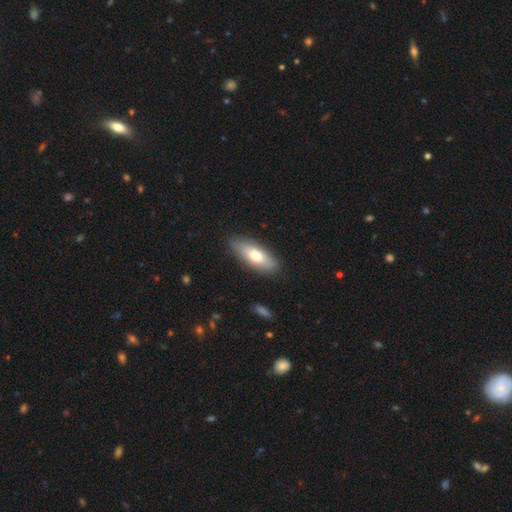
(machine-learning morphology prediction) The model was most divided on "how rounded": in between: 71%, cigar-shaped: 26%, round: 2%. More confident: merging — none (84%); smooth or featured — smooth (70%).